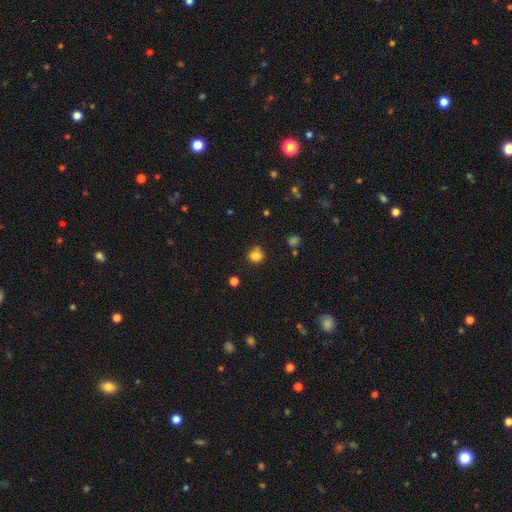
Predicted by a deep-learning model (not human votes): This appears to be a smooth galaxy with no disk features (81%) that is round (79%). Merging: none (68%).